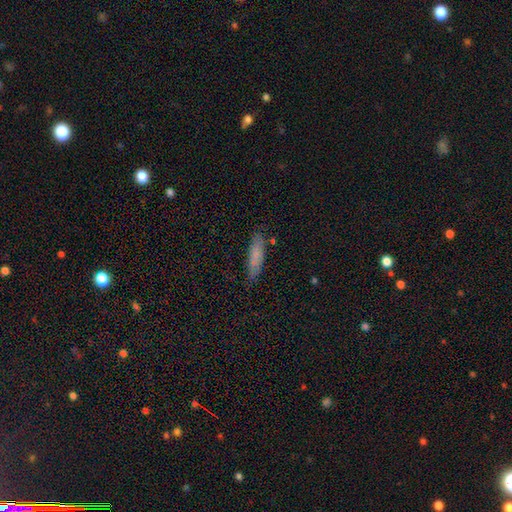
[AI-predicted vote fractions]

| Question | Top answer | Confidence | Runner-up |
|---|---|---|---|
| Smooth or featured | smooth | 72% | featured or disk (20%) |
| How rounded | cigar-shaped | 72% | in between (26%) |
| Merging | none | 81% | minor disturbance (15%) |